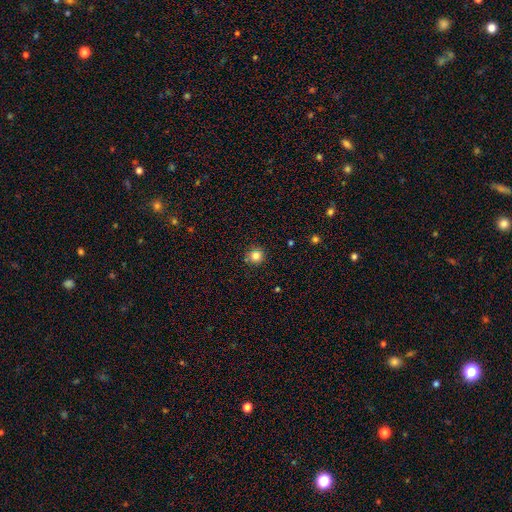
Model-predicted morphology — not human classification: smooth_or_featured: smooth (p=0.82) [alt: star or artifact p=0.12]
how_rounded: round (p=0.93) [alt: in between p=0.06]
merging: none (p=0.86) [alt: minor disturbance p=0.09]